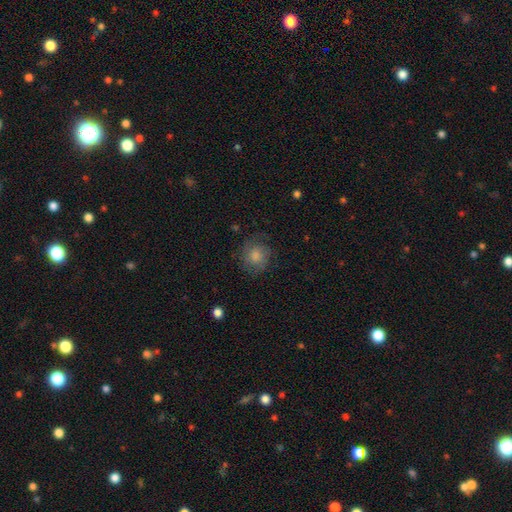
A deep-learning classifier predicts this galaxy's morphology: Overall: smooth (74%). How rounded: round (80%). Merging: none (68%).